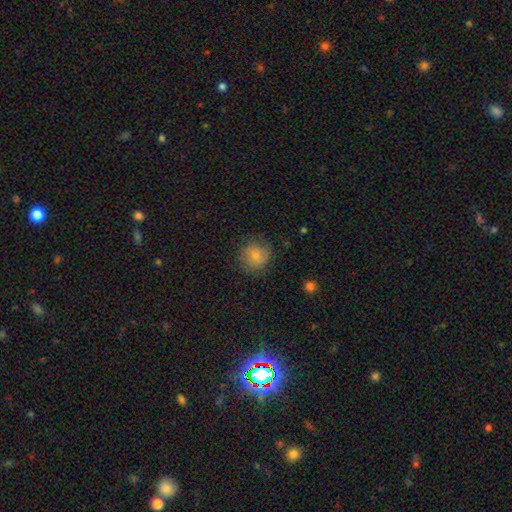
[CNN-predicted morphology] Q: Smooth or featured?
A: smooth (80%); runner-up: featured or disk (11%)
Q: How rounded?
A: round (90%); runner-up: in between (9%)
Q: Merging?
A: none (76%); runner-up: minor disturbance (17%)